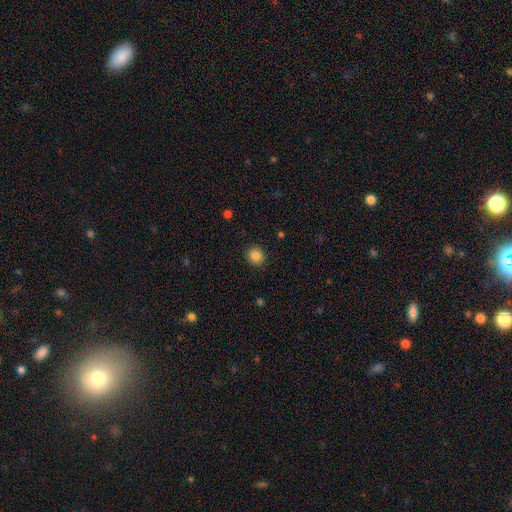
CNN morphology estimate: smooth_or_featured: smooth (p=0.86) [alt: star or artifact p=0.10]
how_rounded: round (p=0.86) [alt: in between p=0.13]
merging: none (p=0.90) [alt: minor disturbance p=0.06]